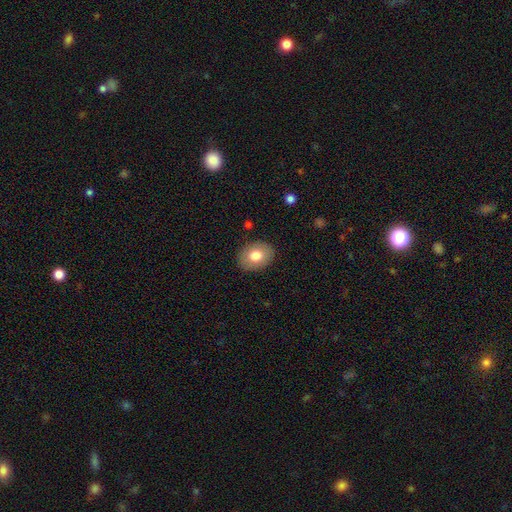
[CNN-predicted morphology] This appears to be a smooth galaxy with no disk features (78%) that is in between round and cigar-shaped (67%). Merging: none (88%).